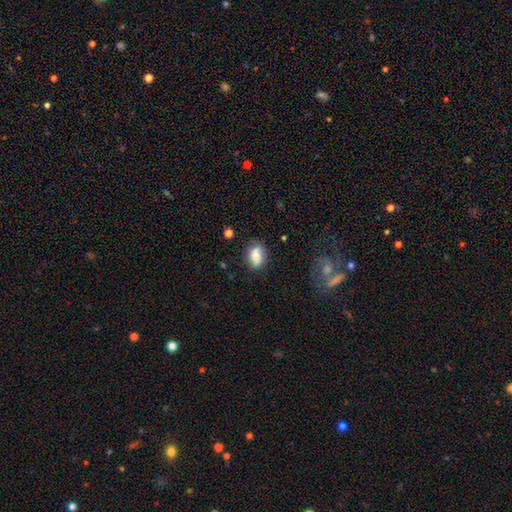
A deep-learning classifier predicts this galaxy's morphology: Smooth or featured? smooth (63%)
How rounded? in between (74%)
Merging? none (72%)